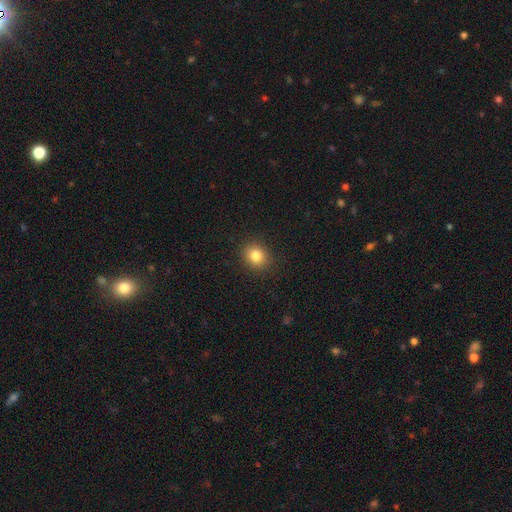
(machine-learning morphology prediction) Overall: smooth (83%). How rounded: round (77%). Merging: none (90%).